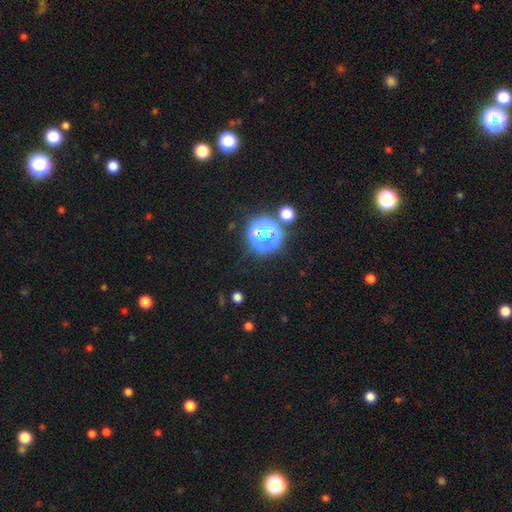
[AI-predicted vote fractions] A star or artifact, not a galaxy (82%).

Vote fractions:
- Smooth or featured? star or artifact: 82% / smooth: 12% / featured or disk: 6%